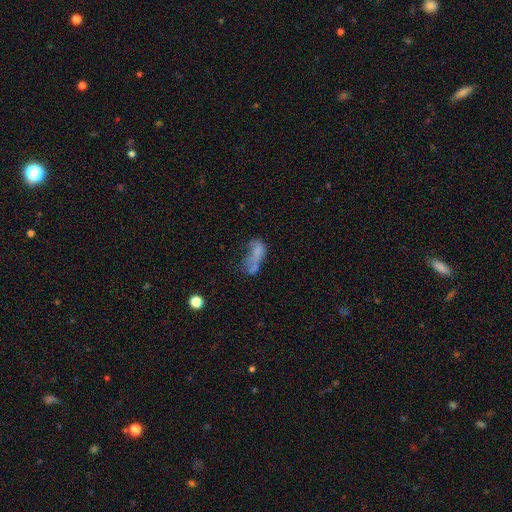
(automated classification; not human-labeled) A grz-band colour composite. It shows a smooth galaxy with no disk features (55%) that is in between round and cigar-shaped (72%). Merging: major disturbance (33%).